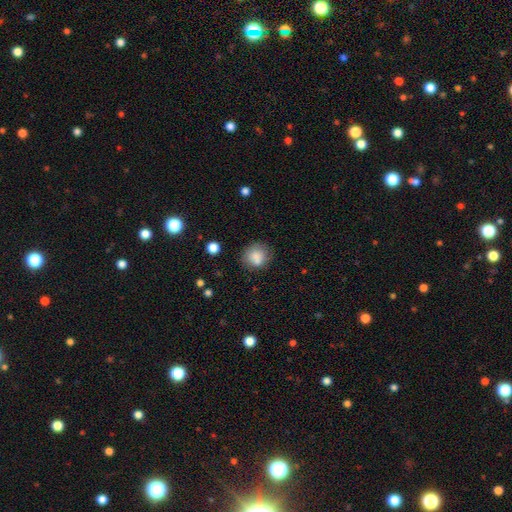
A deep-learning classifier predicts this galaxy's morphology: The model was most divided on "merging": none: 69%, minor disturbance: 17%, merger: 9%, major disturbance: 5%. More confident: smooth or featured — smooth (82%); how rounded — round (81%).